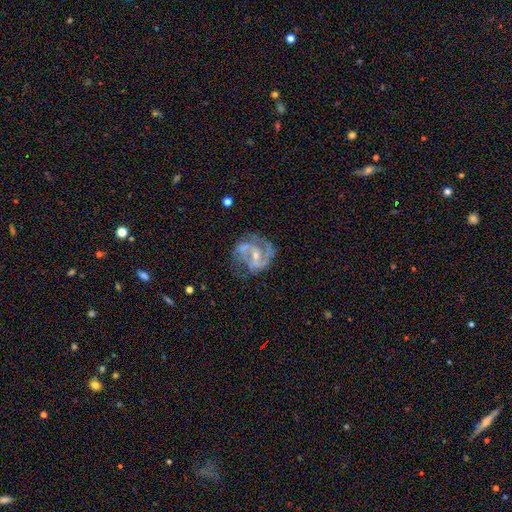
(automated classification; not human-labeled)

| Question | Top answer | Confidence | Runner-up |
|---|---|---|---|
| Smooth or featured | featured or disk | 86% | star or artifact (7%) |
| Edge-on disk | no | 98% | yes (2%) |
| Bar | weak | 45% | no (33%) |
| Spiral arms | yes | 93% | no (7%) |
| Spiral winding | medium | 52% | tight (28%) |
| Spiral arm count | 2 | 71% | 3 (11%) |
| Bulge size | small | 55% | moderate (39%) |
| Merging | none | 59% | minor disturbance (21%) |